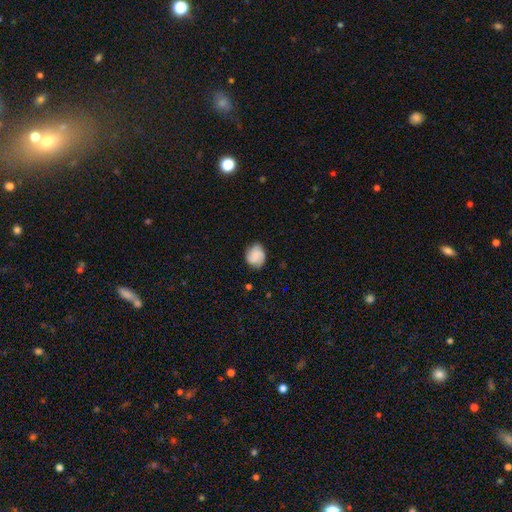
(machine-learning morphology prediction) This appears to be a smooth galaxy with no disk features (62%) that is round (63%). Merging: none (75%).